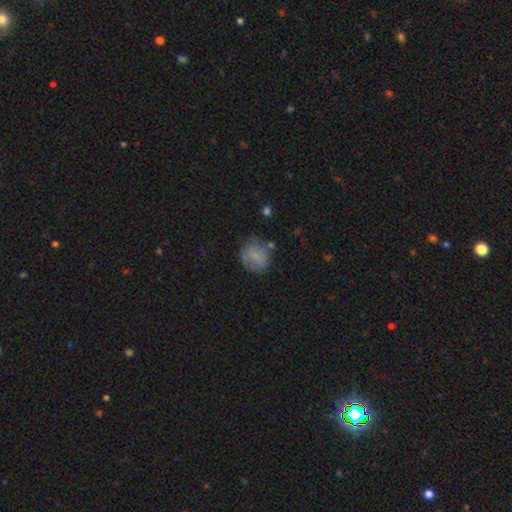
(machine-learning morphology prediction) Smooth or featured: smooth — 74% (featured or disk — 16%)
How rounded: round — 79% (in between — 20%)
Merging: none — 64% (minor disturbance — 23%)